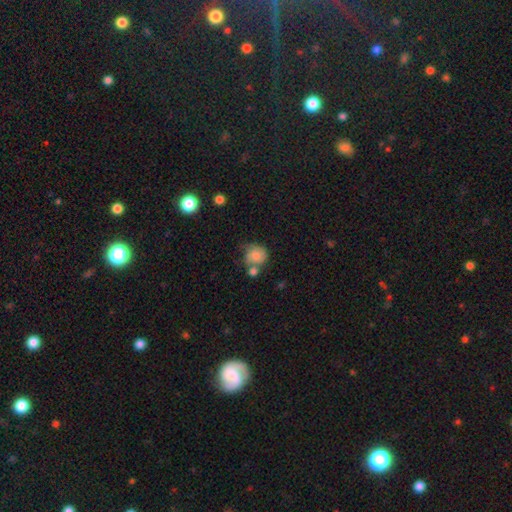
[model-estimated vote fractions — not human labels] smooth_or_featured: smooth (p=0.72) [alt: featured or disk p=0.19]
how_rounded: round (p=0.78) [alt: in between p=0.21]
merging: none (p=0.39) [alt: minor disturbance p=0.25]